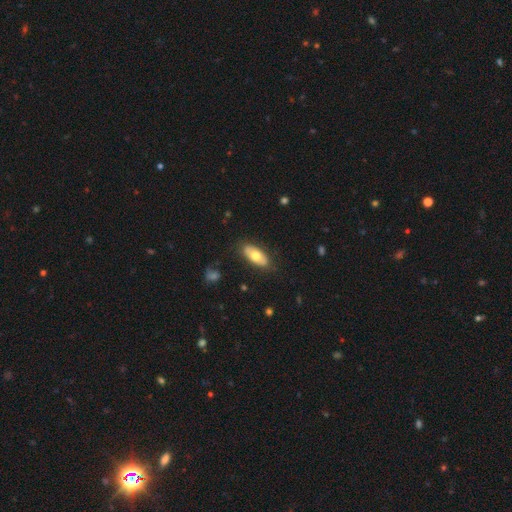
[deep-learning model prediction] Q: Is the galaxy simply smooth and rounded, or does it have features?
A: smooth — 61%.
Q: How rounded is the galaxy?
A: in between — 88%.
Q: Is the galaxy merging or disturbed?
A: none — 83%.